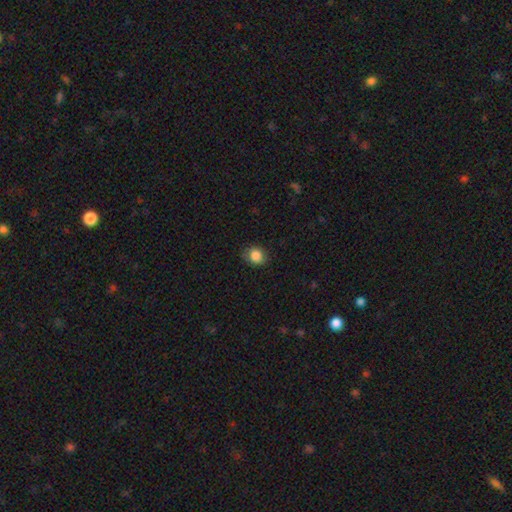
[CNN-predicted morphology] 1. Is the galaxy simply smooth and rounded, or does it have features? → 86% smooth, 9% star or artifact, 5% featured or disk.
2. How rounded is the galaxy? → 69% round, 30% in between, 1% cigar-shaped.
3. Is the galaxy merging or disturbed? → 80% none, 15% minor disturbance, 3% major disturbance, 1% merger.